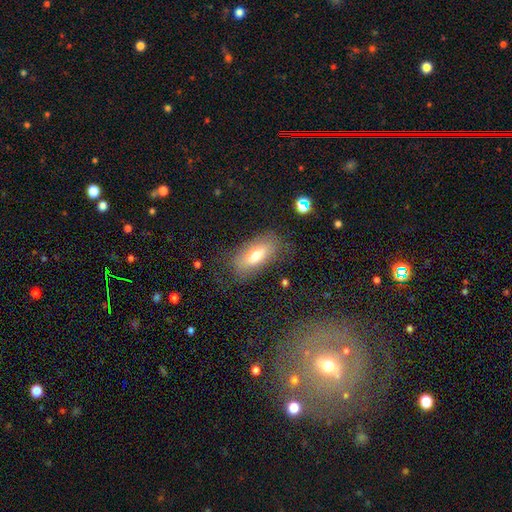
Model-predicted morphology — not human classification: Smooth or featured? smooth (68%)
How rounded? in between (86%)
Merging? none (73%)